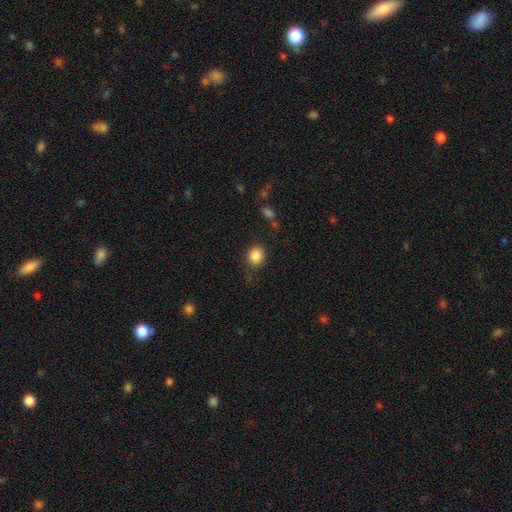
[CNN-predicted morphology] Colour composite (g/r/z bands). It shows a smooth galaxy with no disk features (86%) that is round (77%). Merging: none (81%).